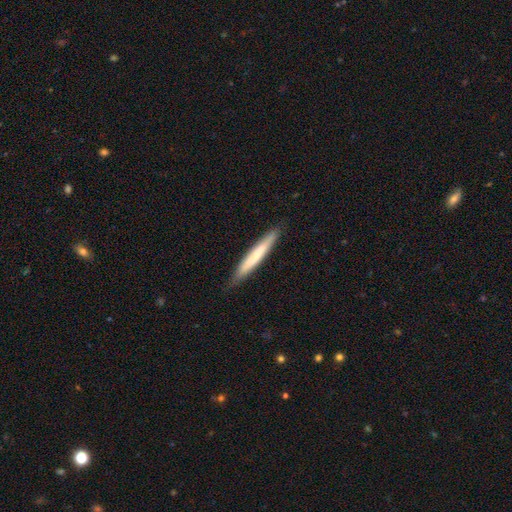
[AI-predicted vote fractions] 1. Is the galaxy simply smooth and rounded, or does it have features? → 65% smooth, 29% featured or disk, 5% star or artifact.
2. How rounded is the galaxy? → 95% cigar-shaped, 4% in between, 1% round.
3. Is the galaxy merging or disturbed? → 87% none, 10% minor disturbance, 2% major disturbance, 1% merger.